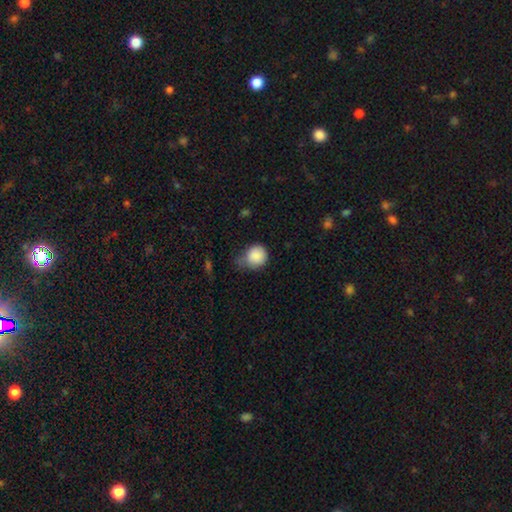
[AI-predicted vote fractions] smooth_or_featured: smooth (p=0.87) [alt: star or artifact p=0.08]
how_rounded: round (p=0.82) [alt: in between p=0.17]
merging: minor disturbance (p=0.43) [alt: none p=0.39]